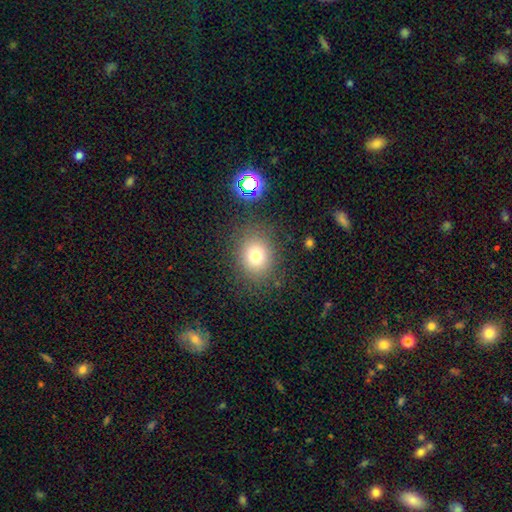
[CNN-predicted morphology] Smooth or featured? smooth (75%)
How rounded? round (65%)
Merging? none (82%)